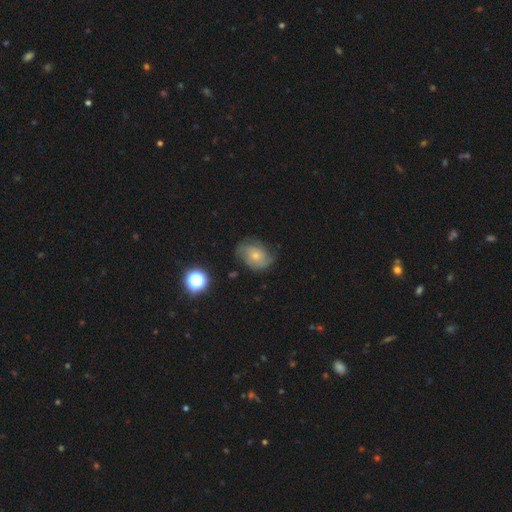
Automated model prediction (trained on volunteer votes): Smooth or featured? featured or disk (49%)
Merging? none (60%)